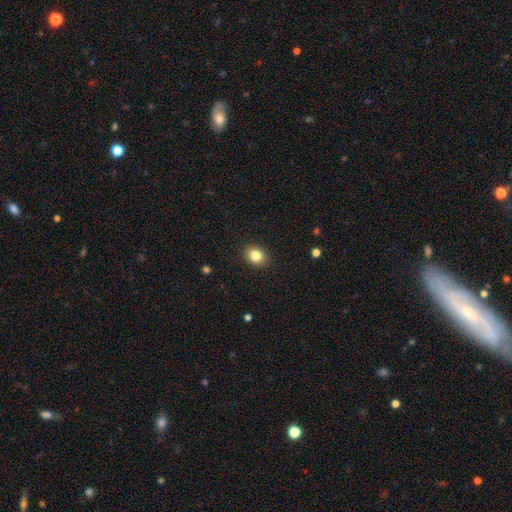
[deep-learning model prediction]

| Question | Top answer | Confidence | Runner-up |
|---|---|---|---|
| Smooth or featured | smooth | 84% | star or artifact (10%) |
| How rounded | round | 50% | in between (49%) |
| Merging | none | 90% | minor disturbance (7%) |